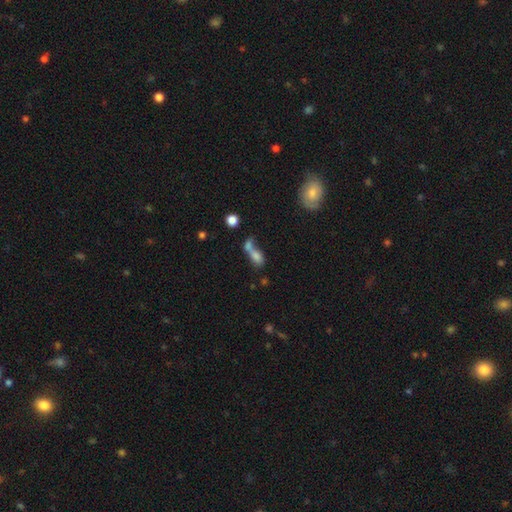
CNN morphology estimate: Overall: smooth (72%). How rounded: in between (76%). Merging: merger (61%; none 22%).